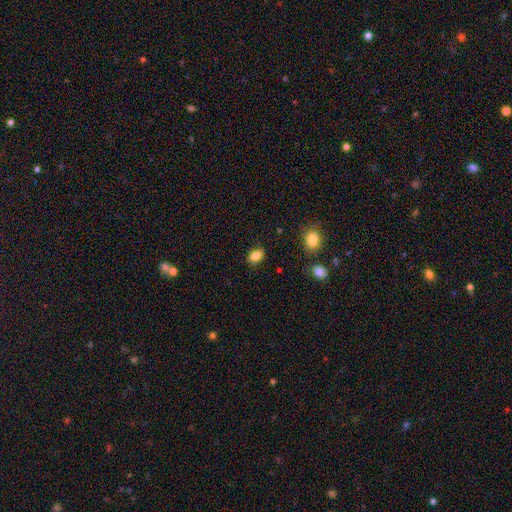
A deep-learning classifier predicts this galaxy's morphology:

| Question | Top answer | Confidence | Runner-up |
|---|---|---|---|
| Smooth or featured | smooth | 84% | star or artifact (9%) |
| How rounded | in between | 82% | round (16%) |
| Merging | none | 86% | minor disturbance (10%) |